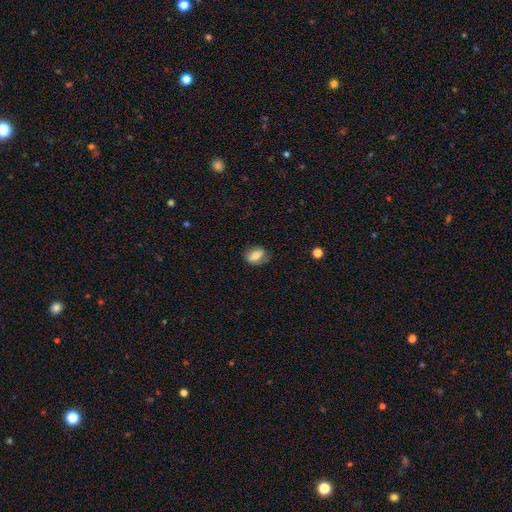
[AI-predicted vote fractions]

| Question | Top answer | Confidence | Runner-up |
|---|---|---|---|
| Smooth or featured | smooth | 74% | featured or disk (17%) |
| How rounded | in between | 77% | round (19%) |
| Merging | none | 74% | minor disturbance (19%) |